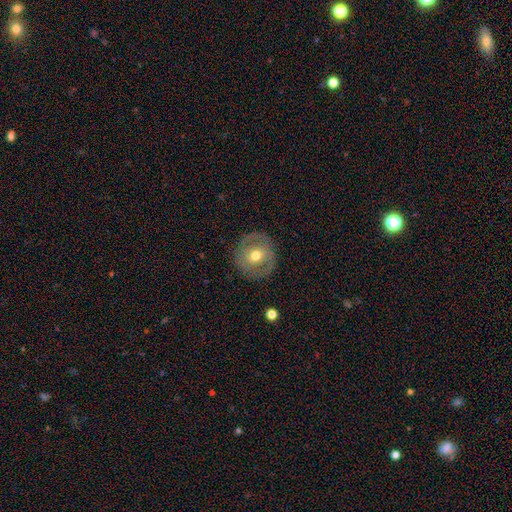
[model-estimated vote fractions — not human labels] Smooth or featured?
  - featured or disk: 47% *
  - smooth: 46%
  - star or artifact: 7%
Merging?
  - none: 84% *
  - minor disturbance: 10%
  - major disturbance: 4%
  - merger: 1%